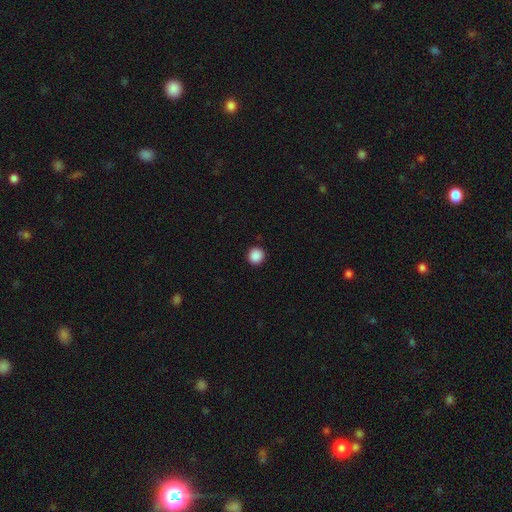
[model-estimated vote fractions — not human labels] A smooth galaxy with no disk features (89%) that is round (95%). Merging: none (93%).